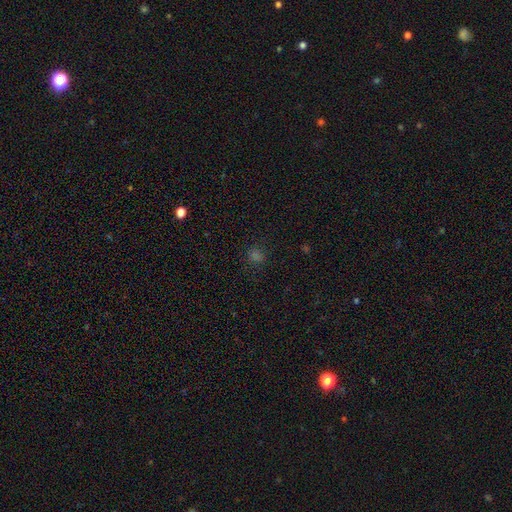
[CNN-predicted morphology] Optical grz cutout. It shows a smooth galaxy with no disk features (64%) that is round (77%). Merging: none (85%).